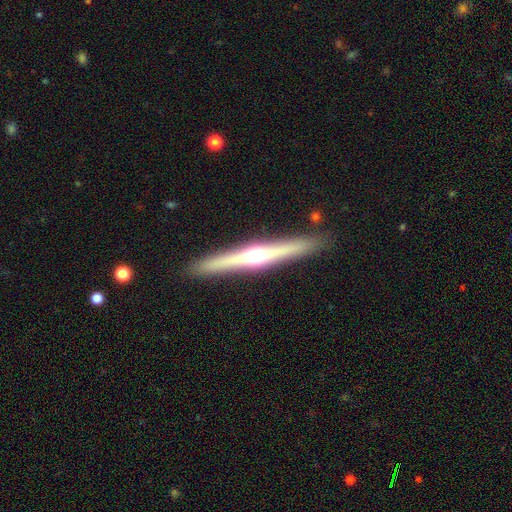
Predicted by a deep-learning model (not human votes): Smooth or featured: featured or disk — 67% (smooth — 26%)
Edge-on disk: yes — 96% (no — 4%)
Edge-on bulge: rounded — 92% (boxy — 4%)
Merging: none — 89% (minor disturbance — 8%)